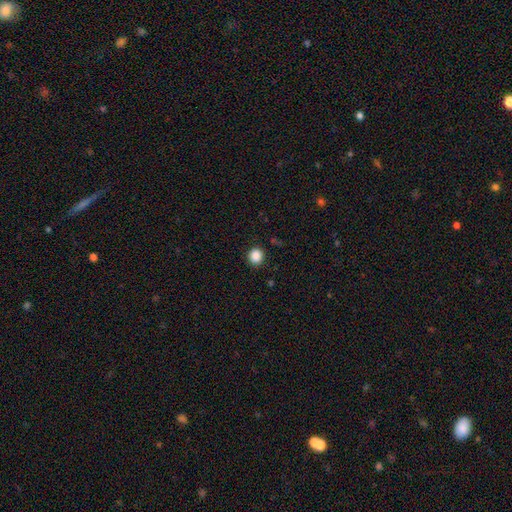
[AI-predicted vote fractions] This is clearly a smooth galaxy (87%). How rounded: clearly round (86%). Merging: clearly none (91%).